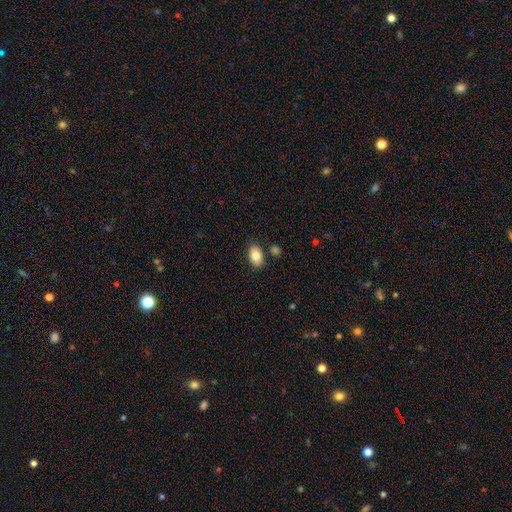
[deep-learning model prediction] This appears to be a smooth galaxy with no disk features (83%) that is in between round and cigar-shaped (90%). Merging: none (81%).